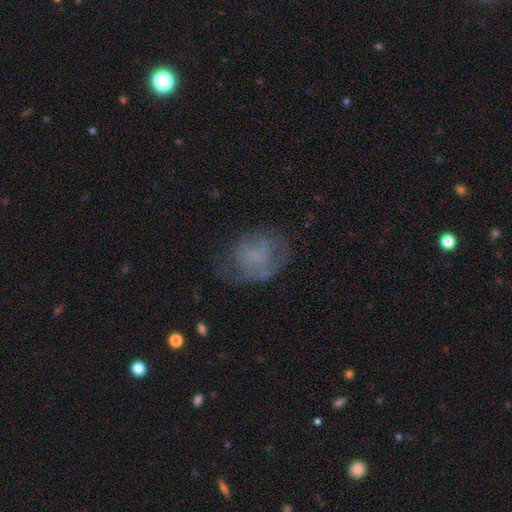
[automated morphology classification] A smooth galaxy with no disk features (45%).

Vote fractions:
- Smooth or featured? smooth: 45% / featured or disk: 41% / star or artifact: 13%
- Merging? none: 50% / minor disturbance: 26% / major disturbance: 23% / merger: 2%